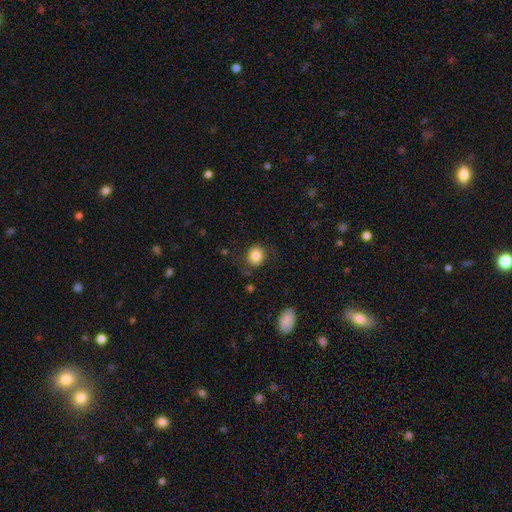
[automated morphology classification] Q: Smooth or featured?
A: smooth (84%); runner-up: star or artifact (9%)
Q: How rounded?
A: round (74%); runner-up: in between (25%)
Q: Merging?
A: none (81%); runner-up: minor disturbance (13%)